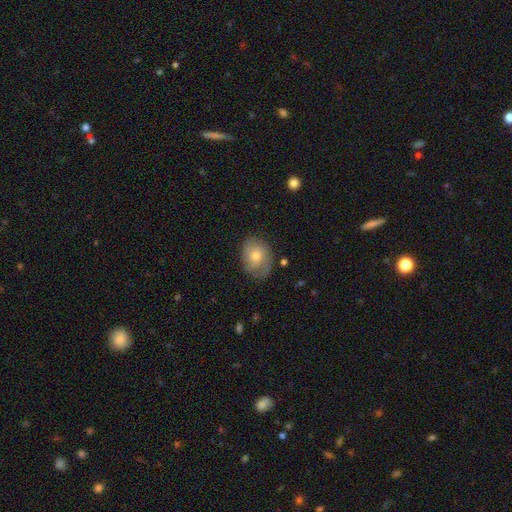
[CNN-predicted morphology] A smooth galaxy with no disk features (53%) that is in between round and cigar-shaped (57%). Merging: none (68%).